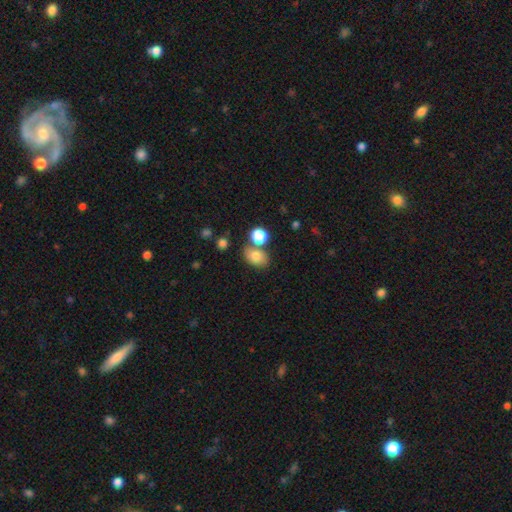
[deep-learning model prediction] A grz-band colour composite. It shows a smooth galaxy with no disk features (79%) that is in between round and cigar-shaped (70%). Merging: none (59%).